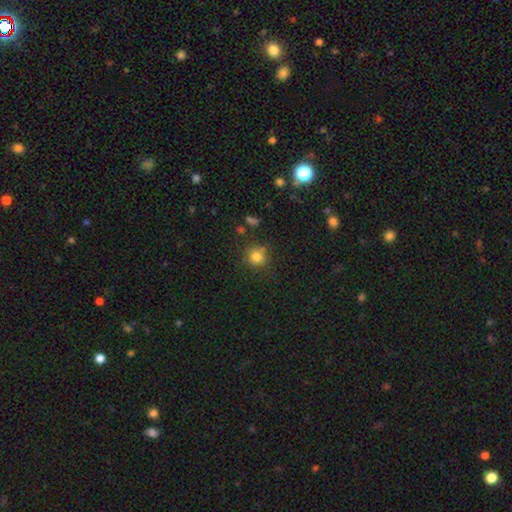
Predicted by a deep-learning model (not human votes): Morphology: type=smooth (80%); roundness=round (89%); merging=none (75%).